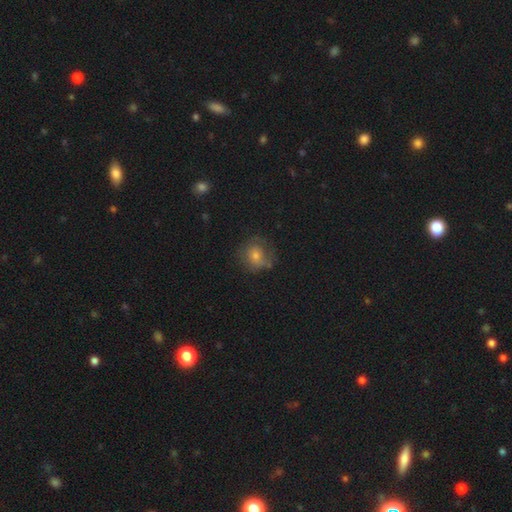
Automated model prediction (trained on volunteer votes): smooth-or-featured: smooth: 58% | featured or disk: 27% | star or artifact: 16%
  how-rounded: round: 78% | in between: 21% | cigar-shaped: 1%
  merging: none: 61% | minor disturbance: 24% | major disturbance: 14% | merger: 2%